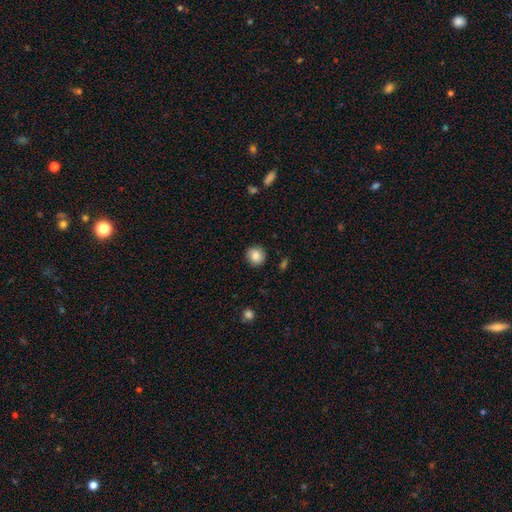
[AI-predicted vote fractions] Smooth or featured?
  - smooth: 85% *
  - star or artifact: 9%
  - featured or disk: 6%
How rounded?
  - round: 90% *
  - in between: 9%
  - cigar-shaped: 1%
Merging?
  - none: 89% *
  - minor disturbance: 8%
  - major disturbance: 2%
  - merger: 1%